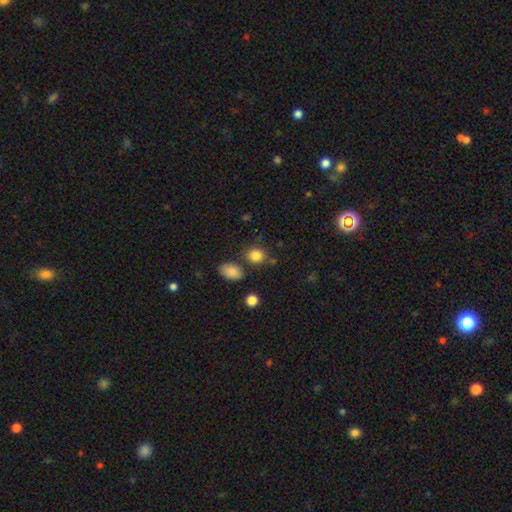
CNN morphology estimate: type=smooth (84%); roundness=round (71%); merging=none (74%).